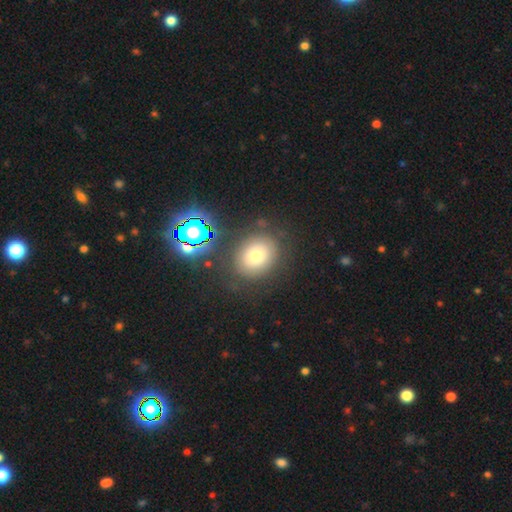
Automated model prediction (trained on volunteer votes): A smooth galaxy with no disk features (66%) that is round (62%).

Vote fractions:
- Smooth or featured? smooth: 66% / featured or disk: 18% / star or artifact: 17%
- How rounded? round: 62% / in between: 37% / cigar-shaped: 1%
- Merging? none: 80% / minor disturbance: 11% / major disturbance: 6% / merger: 4%